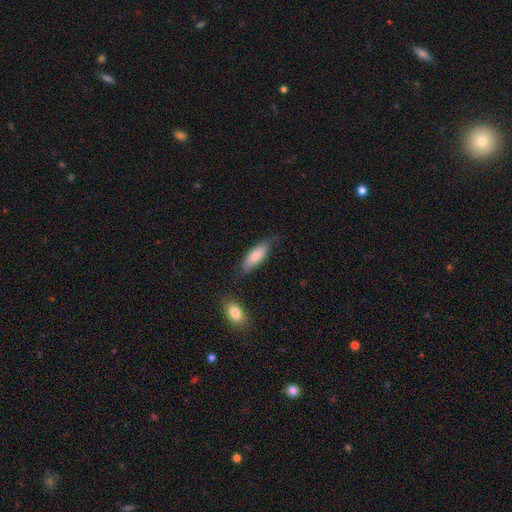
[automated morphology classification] Smooth or featured? smooth (79%)
How rounded? in between (63%)
Merging? none (70%)